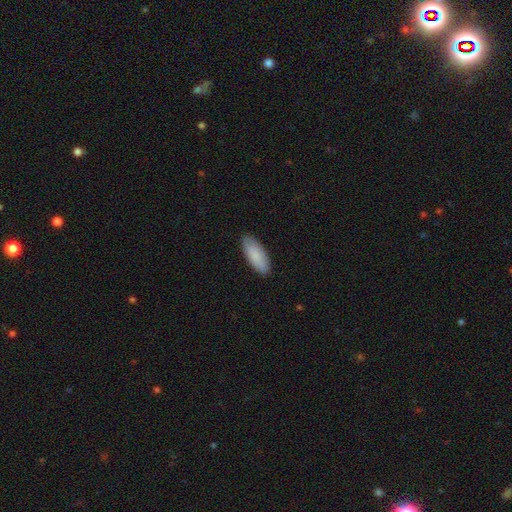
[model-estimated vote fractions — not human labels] smooth-or-featured: smooth: 86% | featured or disk: 9% | star or artifact: 5%
  how-rounded: in between: 80% | cigar-shaped: 18% | round: 2%
  merging: none: 87% | minor disturbance: 10% | major disturbance: 2% | merger: 1%